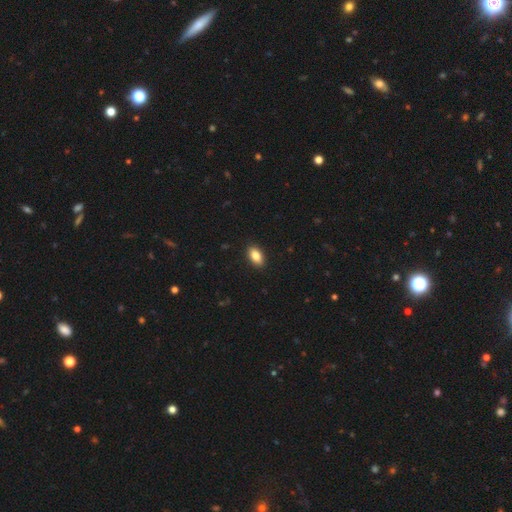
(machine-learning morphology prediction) smooth 86%, star or artifact 8%, featured or disk 7%. Down the decision tree: how rounded — in between (92%); merging — none (90%).